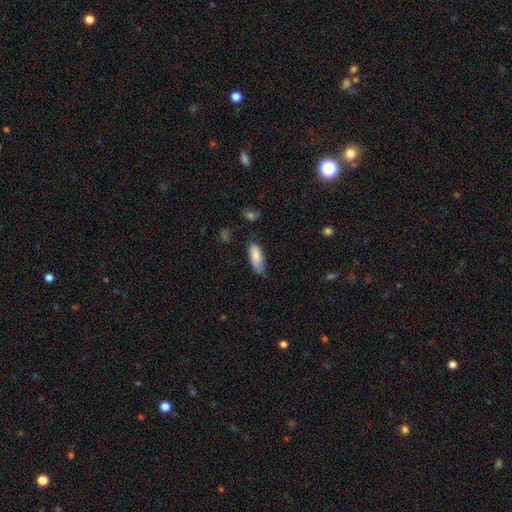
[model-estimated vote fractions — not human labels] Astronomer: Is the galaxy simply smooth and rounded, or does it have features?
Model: smooth — 84%.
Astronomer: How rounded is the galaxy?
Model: in between — 76%.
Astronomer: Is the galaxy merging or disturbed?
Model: none — 56% (runner-up: minor disturbance, 33%).